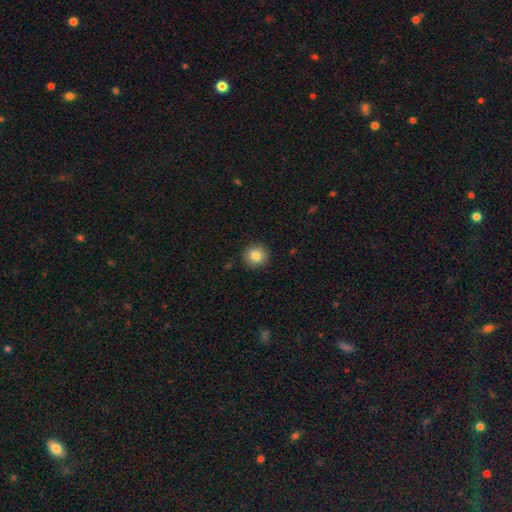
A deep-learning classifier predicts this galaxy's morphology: Smooth or featured? Predicted: smooth (p=0.83). How rounded? Predicted: round (p=0.94). Merging? Predicted: none (p=0.92).